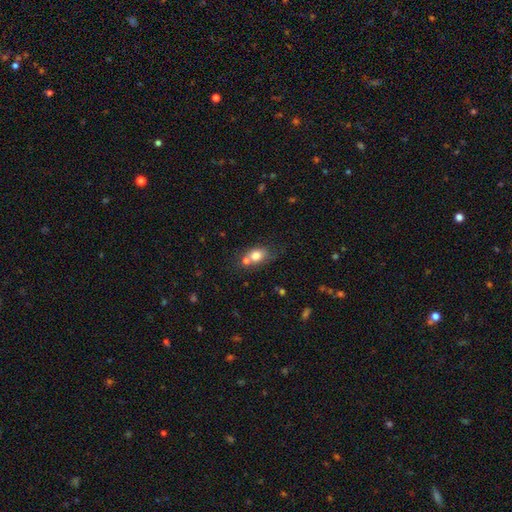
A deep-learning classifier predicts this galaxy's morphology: The model was most divided on "merging": none: 45%, merger: 35%, minor disturbance: 14%, major disturbance: 6%. More confident: smooth or featured — smooth (77%); how rounded — in between (63%).